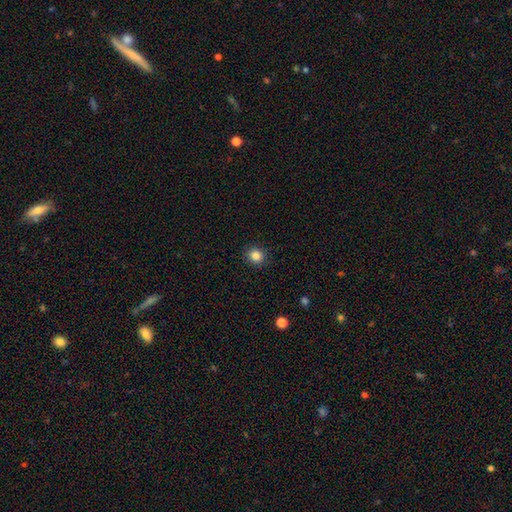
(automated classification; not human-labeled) Smooth or featured? smooth (85%)
How rounded? round (84%)
Merging? none (91%)